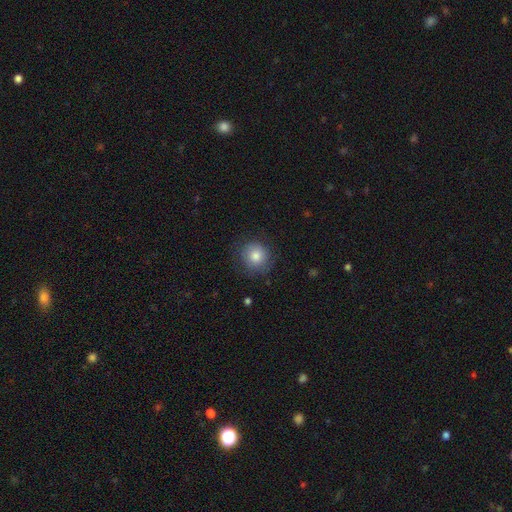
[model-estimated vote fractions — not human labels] Morphology: type=smooth (81%); roundness=round (89%); merging=none (79%).